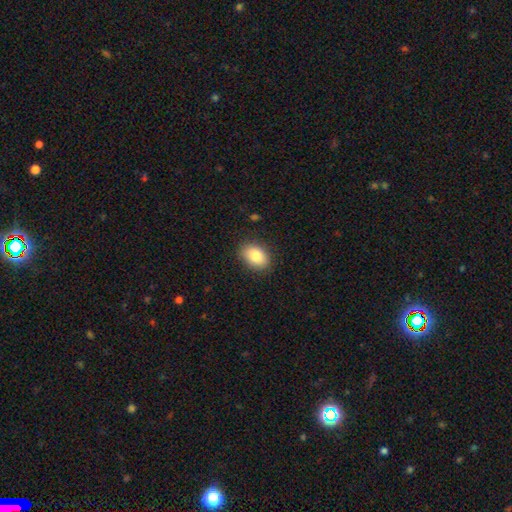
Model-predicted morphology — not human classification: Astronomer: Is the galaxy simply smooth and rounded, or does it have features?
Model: smooth — 83%.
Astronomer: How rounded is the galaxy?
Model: in between — 79%.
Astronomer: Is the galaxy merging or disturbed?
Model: none — 87%.